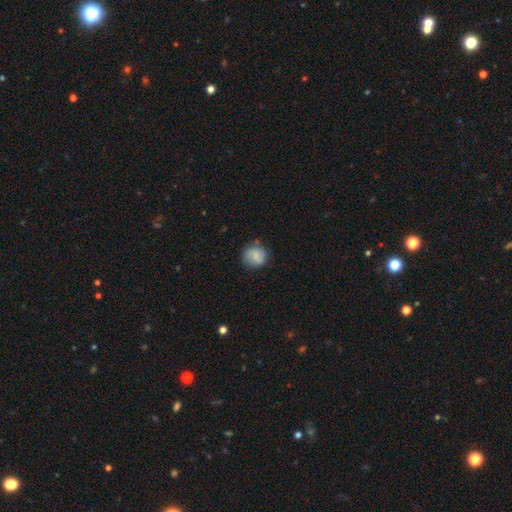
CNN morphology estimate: smooth 61%, featured or disk 31%, star or artifact 8%. Down the decision tree: how rounded — round (85%); merging — none (74%).